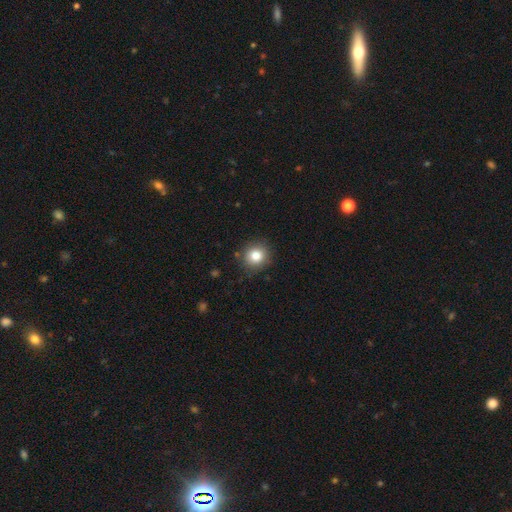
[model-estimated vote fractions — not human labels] This is clearly a smooth galaxy (82%). How rounded: clearly round (89%). Merging: clearly none (87%).